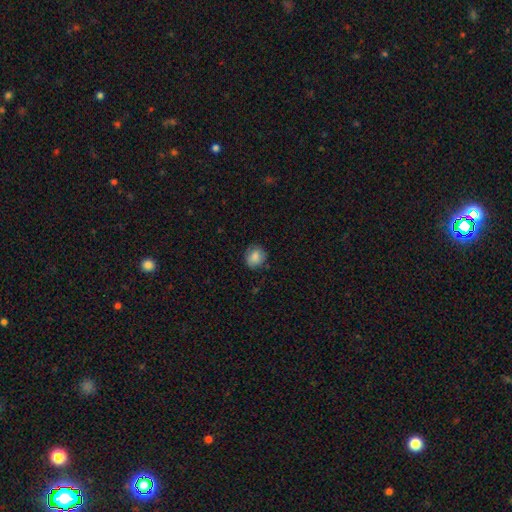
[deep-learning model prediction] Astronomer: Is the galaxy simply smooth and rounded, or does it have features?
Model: smooth — 84%.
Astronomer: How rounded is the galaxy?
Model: round — 80%.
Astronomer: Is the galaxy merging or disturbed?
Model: none — 82%.